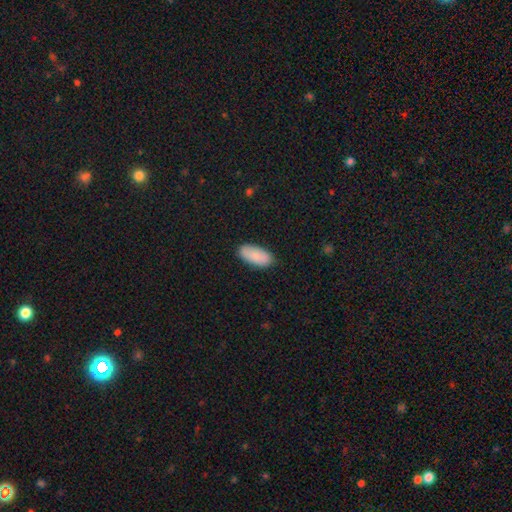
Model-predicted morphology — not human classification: The model was most divided on "merging": none: 86%, minor disturbance: 11%, major disturbance: 2%, merger: 1%. More confident: how rounded — in between (90%); smooth or featured — smooth (89%).